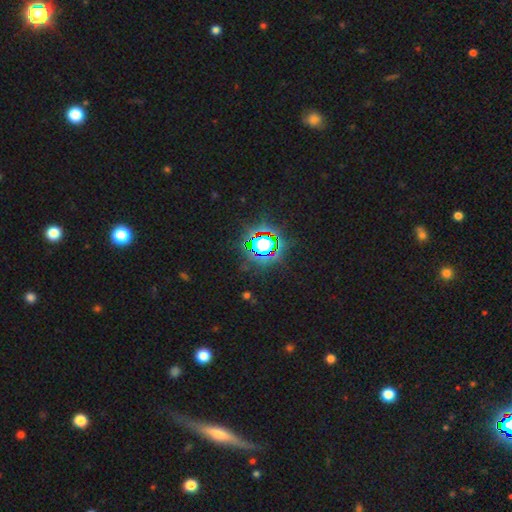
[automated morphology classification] Smooth or featured: star or artifact — 76% (smooth — 13%)